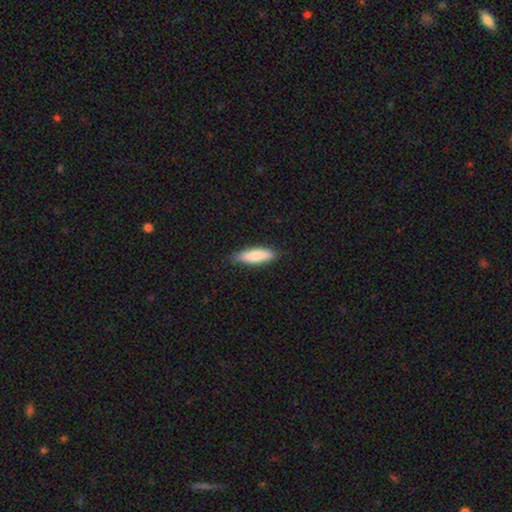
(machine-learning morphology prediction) A smooth galaxy with no disk features (82%) that is cigar-shaped (62%). Merging: none (85%).